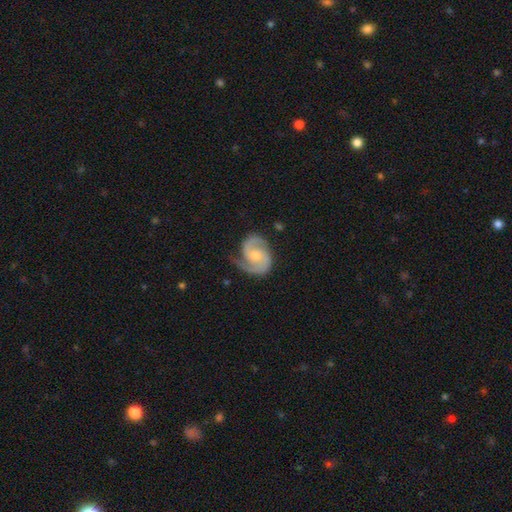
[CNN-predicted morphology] This appears to be a featured or disk galaxy (89%) with no bar (59%), 2 (89%) medium (51%) spiral arms (98%) and a moderate central bulge (53%). Merging: none (70%).